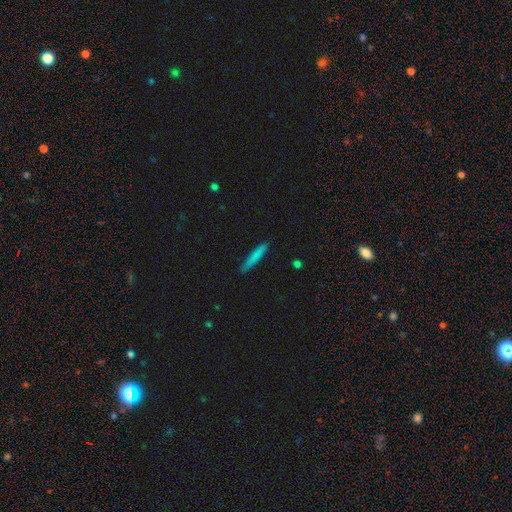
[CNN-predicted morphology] Smooth or featured?
  - smooth: 79% *
  - featured or disk: 15%
  - star or artifact: 7%
How rounded?
  - cigar-shaped: 93% *
  - in between: 6%
  - round: 1%
Merging?
  - none: 86% *
  - minor disturbance: 11%
  - major disturbance: 2%
  - merger: 1%